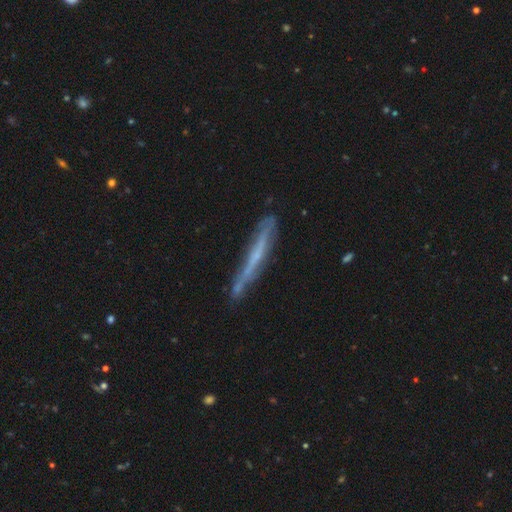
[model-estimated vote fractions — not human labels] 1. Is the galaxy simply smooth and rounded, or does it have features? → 58% featured or disk, 34% smooth, 8% star or artifact.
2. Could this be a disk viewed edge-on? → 87% yes, 13% no.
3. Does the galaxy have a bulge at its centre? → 79% none, 14% rounded, 7% boxy.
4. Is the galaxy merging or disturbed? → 69% none, 22% minor disturbance, 5% major disturbance, 4% merger.